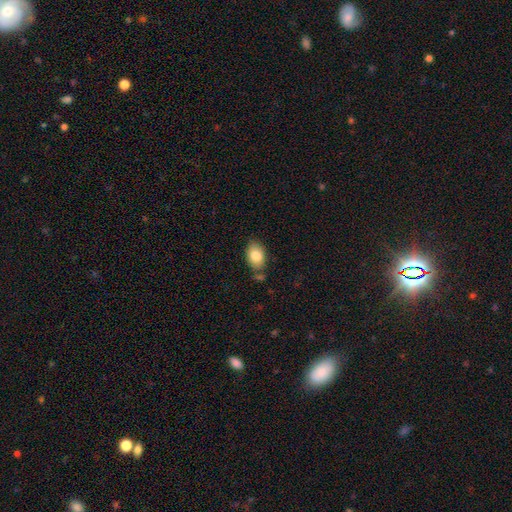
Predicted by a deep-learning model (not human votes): Morphology: type=smooth (84%); roundness=in between (84%); merging=none (73%).